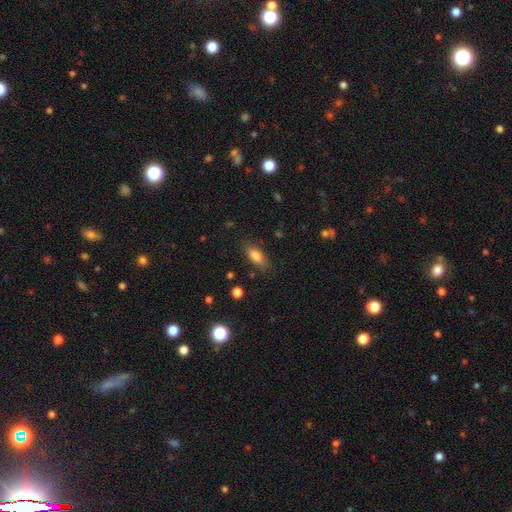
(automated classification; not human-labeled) Smooth or featured? Predicted: smooth (p=0.79). How rounded? Predicted: in between (p=0.78). Merging? Predicted: none (p=0.81).